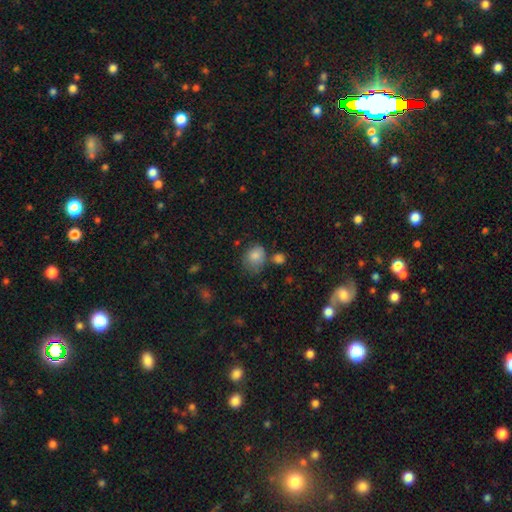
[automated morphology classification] A smooth galaxy with no disk features (82%) that is round (57%). Merging: none (51%).